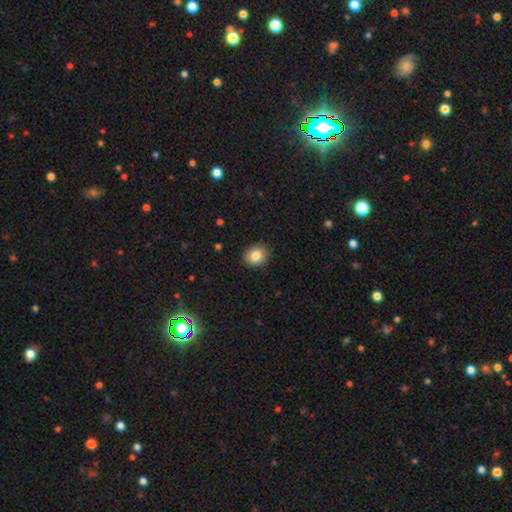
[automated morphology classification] A smooth galaxy with no disk features (85%) that is round (64%). Merging: none (88%).